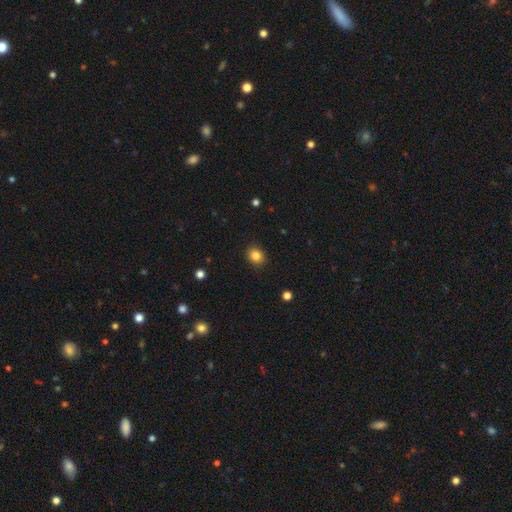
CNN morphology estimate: Smooth or featured: smooth — 84% (star or artifact — 11%)
How rounded: round — 64% (in between — 35%)
Merging: none — 89% (minor disturbance — 8%)